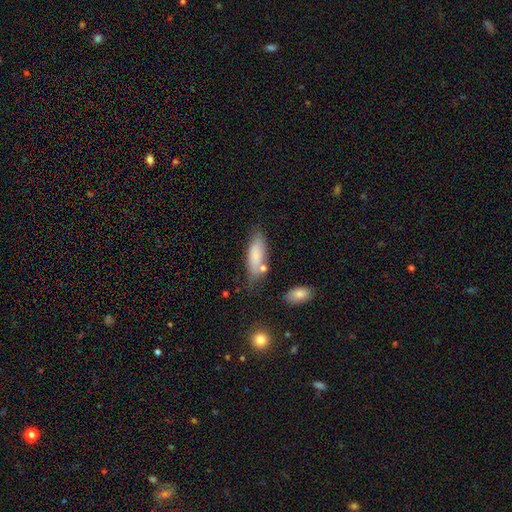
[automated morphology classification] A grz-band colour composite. It shows a smooth galaxy with no disk features (80%) that is in between round and cigar-shaped (63%). Merging: none (63%).